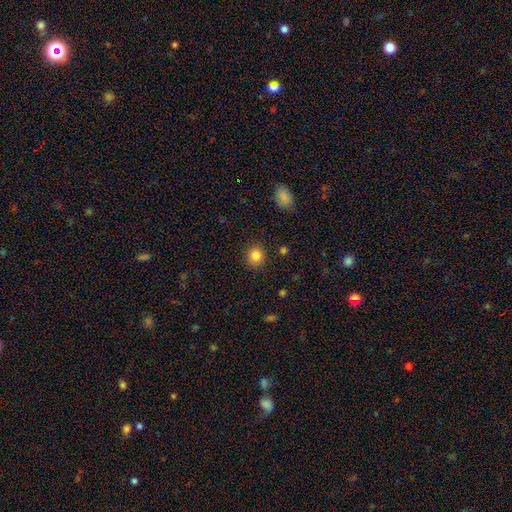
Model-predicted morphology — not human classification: smooth 84%, star or artifact 11%, featured or disk 5%. Down the decision tree: how rounded — round (82%); merging — none (88%).